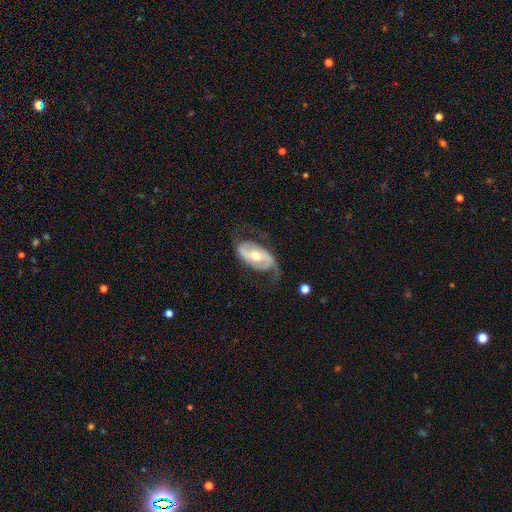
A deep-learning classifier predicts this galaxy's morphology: The model was most divided on "bar": weak: 34%, strong: 33%, no: 33%. Remaining: edge-on disk — no (95%); spiral arms — yes (91%); spiral arm count — 2 (84%); smooth or featured — featured or disk (83%); bulge size — moderate (66%); merging — none (59%); spiral winding — loose (44%).